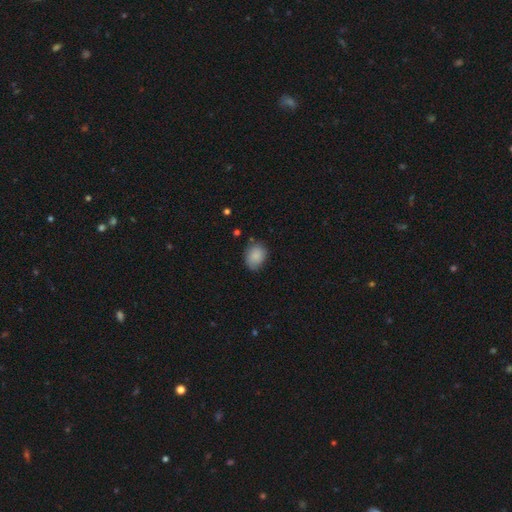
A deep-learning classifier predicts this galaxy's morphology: The model was most divided on "how rounded": in between: 63%, round: 36%, cigar-shaped: 1%. More confident: smooth or featured — smooth (86%); merging — none (74%).